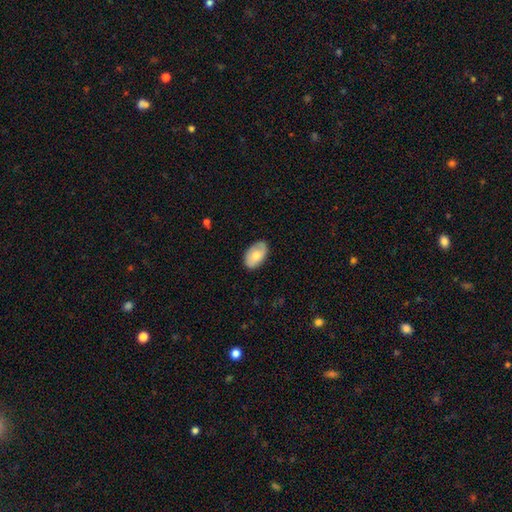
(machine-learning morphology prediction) A smooth galaxy with no disk features (74%) that is in between round and cigar-shaped (93%).

Vote fractions:
- Smooth or featured? smooth: 74% / featured or disk: 20% / star or artifact: 6%
- How rounded? in between: 93% / round: 5% / cigar-shaped: 1%
- Merging? none: 81% / minor disturbance: 15% / major disturbance: 3% / merger: 1%